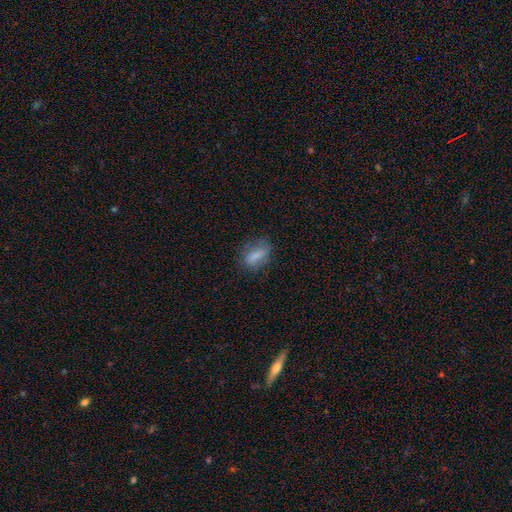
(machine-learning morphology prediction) Smooth or featured: smooth — 74% (featured or disk — 17%)
How rounded: in between — 75% (cigar-shaped — 16%)
Merging: none — 67% (minor disturbance — 22%)